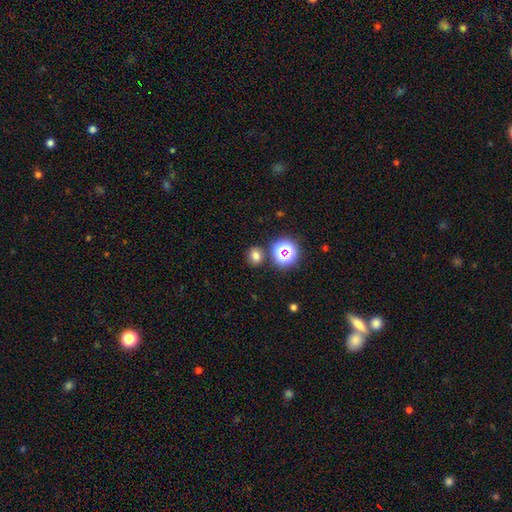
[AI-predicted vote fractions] Smooth or featured? smooth (71%)
How rounded? round (68%)
Merging? none (81%)